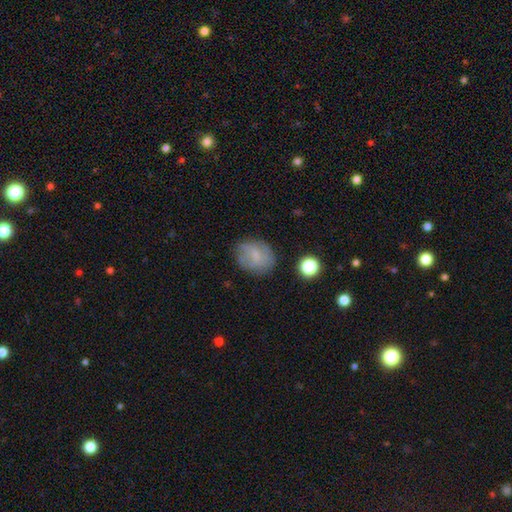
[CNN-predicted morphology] A smooth galaxy with no disk features (61%) that is round (54%). Merging: none (72%).